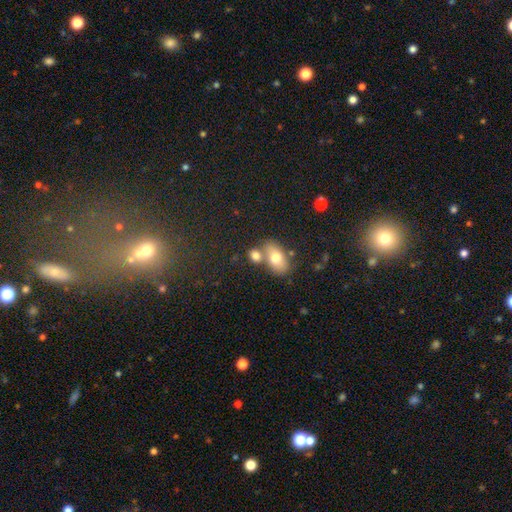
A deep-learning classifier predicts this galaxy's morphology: This appears to be a smooth galaxy with no disk features (74%) that is in between round and cigar-shaped (74%). Merging: none (44%).